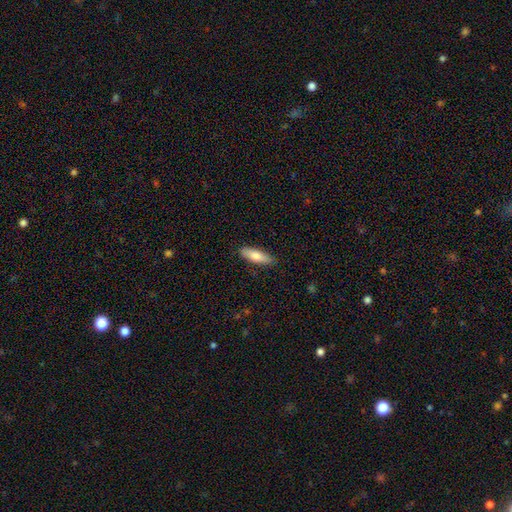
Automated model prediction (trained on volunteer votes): A smooth galaxy with no disk features (76%) that is cigar-shaped (55%). Merging: none (87%).